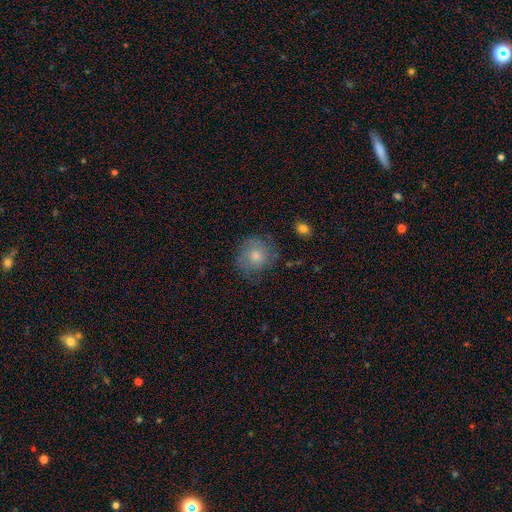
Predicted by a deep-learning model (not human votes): A smooth galaxy with no disk features (72%) that is round (88%). Merging: none (70%).